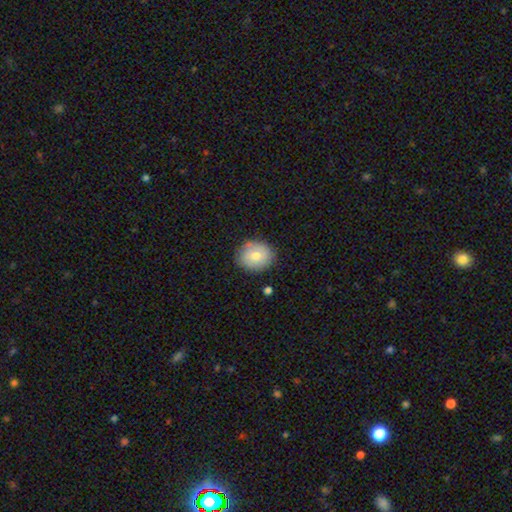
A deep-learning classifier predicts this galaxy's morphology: Q: Smooth or featured?
A: smooth (74%); runner-up: featured or disk (18%)
Q: How rounded?
A: round (72%); runner-up: in between (27%)
Q: Merging?
A: none (84%); runner-up: minor disturbance (12%)